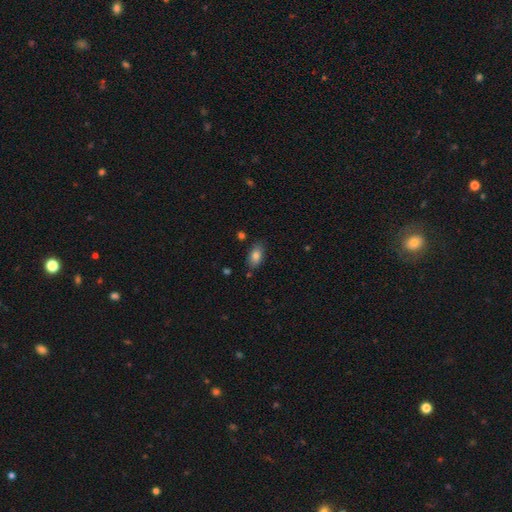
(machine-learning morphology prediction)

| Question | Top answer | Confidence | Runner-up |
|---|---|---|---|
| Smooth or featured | smooth | 83% | featured or disk (9%) |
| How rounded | in between | 90% | round (6%) |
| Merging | none | 80% | minor disturbance (14%) |